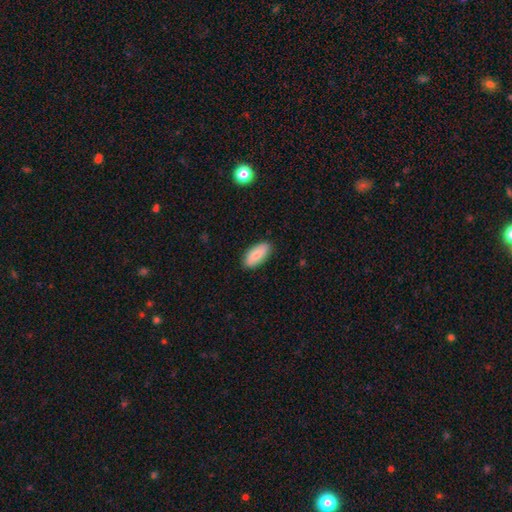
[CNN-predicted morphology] A smooth galaxy with no disk features (78%) that is in between round and cigar-shaped (88%).

Vote fractions:
- Smooth or featured? smooth: 78% / featured or disk: 16% / star or artifact: 6%
- How rounded? in between: 88% / cigar-shaped: 10% / round: 2%
- Merging? none: 87% / minor disturbance: 10% / major disturbance: 2% / merger: 1%